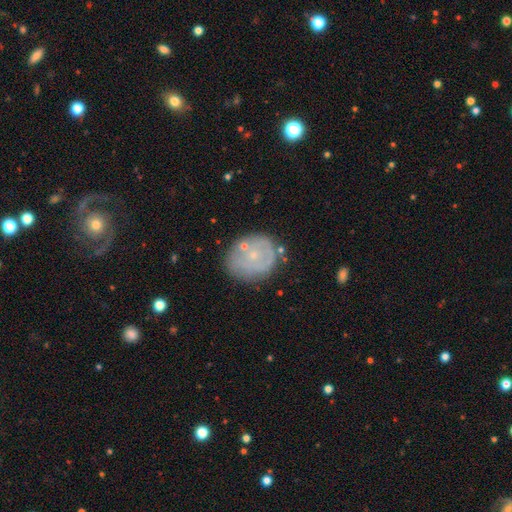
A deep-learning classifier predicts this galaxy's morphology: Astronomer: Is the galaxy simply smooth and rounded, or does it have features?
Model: featured or disk — 50% (runner-up: smooth, 41%).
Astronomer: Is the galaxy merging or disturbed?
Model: none — 68%.